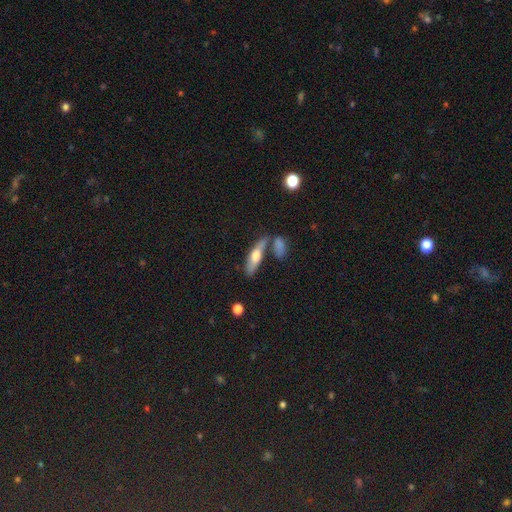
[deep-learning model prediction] This is possibly a smooth galaxy (56%). How rounded: possibly cigar-shaped (54%). Merging: possibly none (58%).